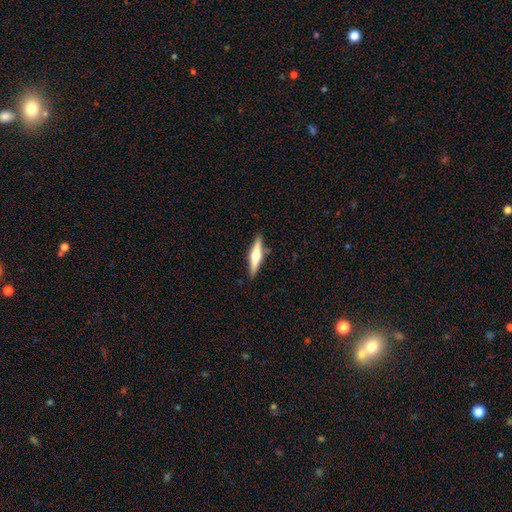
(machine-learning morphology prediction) The model was most divided on "smooth or featured": featured or disk: 64%, smooth: 31%, star or artifact: 5%. More confident: edge-on disk — yes (97%); edge-on bulge — rounded (93%); merging — none (89%).